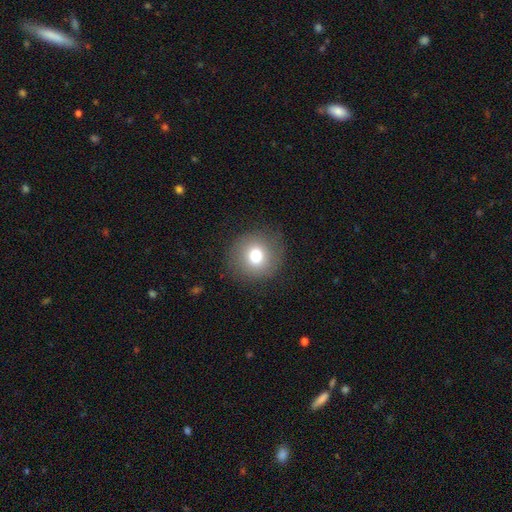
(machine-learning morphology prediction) smooth_or_featured: smooth (p=0.77) [alt: featured or disk p=0.11]
how_rounded: round (p=0.90) [alt: in between p=0.09]
merging: none (p=0.87) [alt: minor disturbance p=0.09]